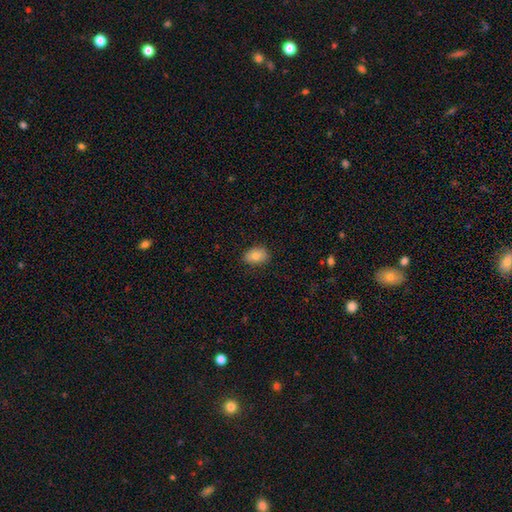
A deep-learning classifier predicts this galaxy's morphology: smooth 83%, featured or disk 9%, star or artifact 8%. Down the decision tree: how rounded — in between (80%); merging — none (84%).